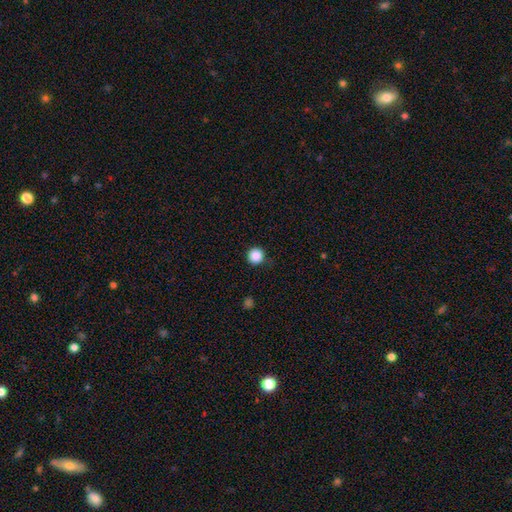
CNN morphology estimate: smooth_or_featured: smooth (p=0.88) [alt: star or artifact p=0.10]
how_rounded: round (p=0.96) [alt: in between p=0.03]
merging: none (p=0.90) [alt: minor disturbance p=0.07]